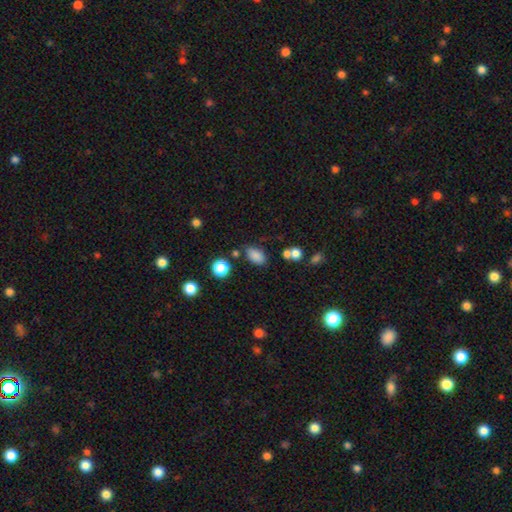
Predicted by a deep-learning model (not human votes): smooth 83%, star or artifact 11%, featured or disk 6%. Down the decision tree: how rounded — in between (88%); merging — none (73%).